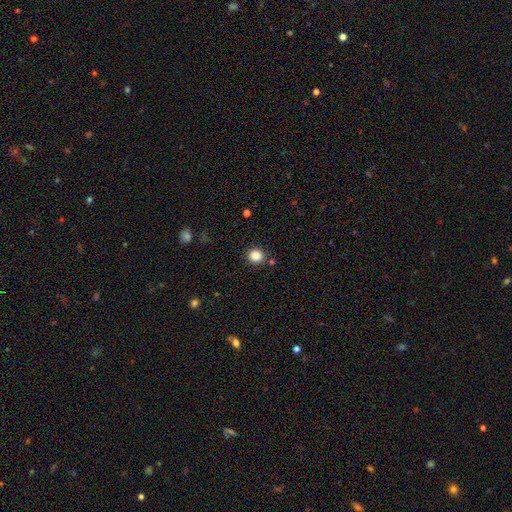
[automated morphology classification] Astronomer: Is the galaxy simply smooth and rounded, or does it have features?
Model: smooth — 85%.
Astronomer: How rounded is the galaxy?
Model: round — 85%.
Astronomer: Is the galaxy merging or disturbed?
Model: none — 87%.